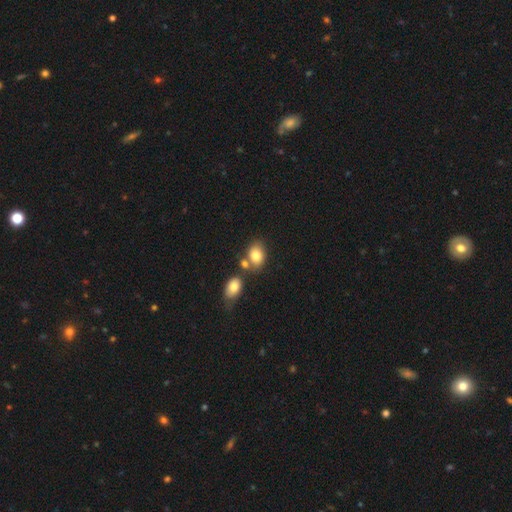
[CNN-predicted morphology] This is clearly a smooth galaxy (81%). How rounded: likely in between (70%). Merging: possibly none (49%).